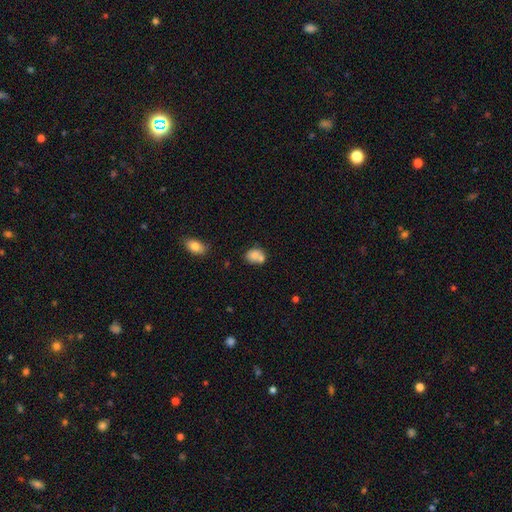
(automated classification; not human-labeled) A smooth galaxy with no disk features (77%) that is in between round and cigar-shaped (54%). Merging: none (40%, tied with merger).